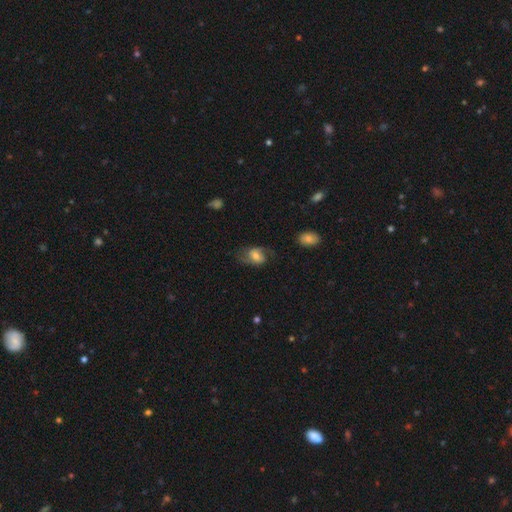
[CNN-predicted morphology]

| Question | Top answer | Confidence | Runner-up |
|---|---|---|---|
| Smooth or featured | featured or disk | 46% | smooth (45%) |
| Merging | none | 58% | minor disturbance (22%) |